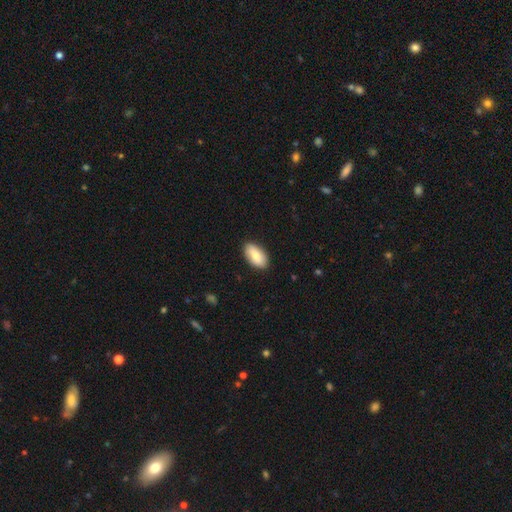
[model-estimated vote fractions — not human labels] Smooth or featured? smooth (80%)
How rounded? in between (94%)
Merging? none (87%)